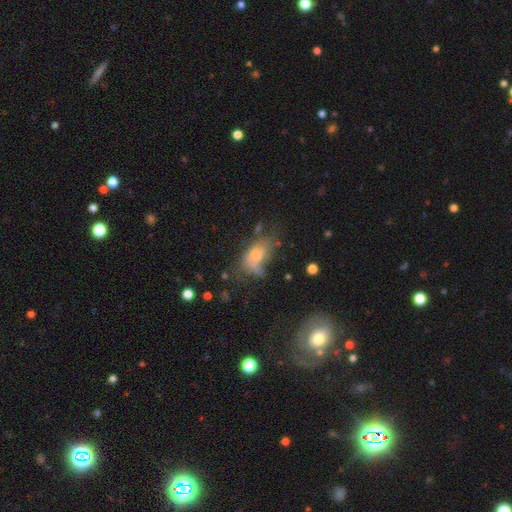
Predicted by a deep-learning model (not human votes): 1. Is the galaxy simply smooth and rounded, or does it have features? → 58% smooth, 29% featured or disk, 13% star or artifact.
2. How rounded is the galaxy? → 88% in between, 7% round, 5% cigar-shaped.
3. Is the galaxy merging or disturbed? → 40% major disturbance, 24% none, 24% minor disturbance, 12% merger.